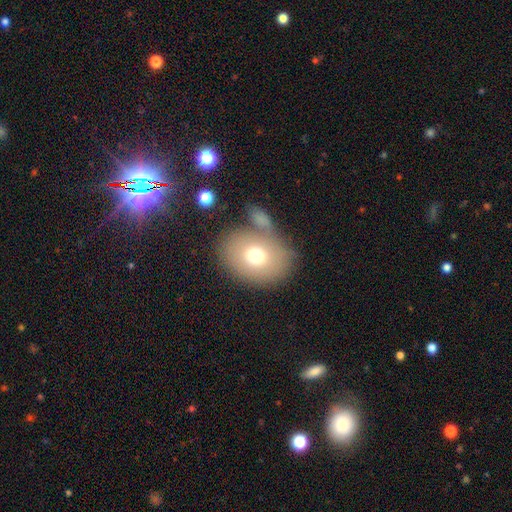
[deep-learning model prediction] Smooth or featured? Predicted: smooth (p=0.70). How rounded? Predicted: in between (p=0.64). Merging? Predicted: none (p=0.61).